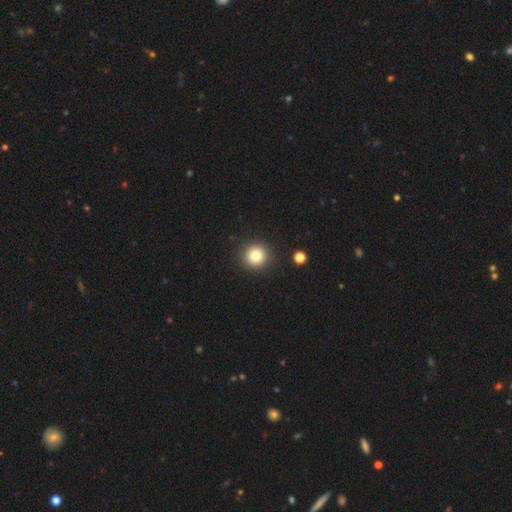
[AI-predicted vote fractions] smooth 81%, star or artifact 11%, featured or disk 8%. Down the decision tree: how rounded — round (94%); merging — none (90%).